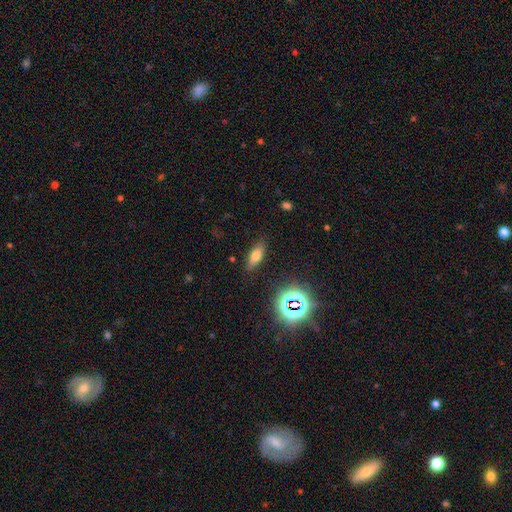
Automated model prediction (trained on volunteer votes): The model was most divided on "how rounded": in between: 64%, cigar-shaped: 30%, round: 5%. More confident: merging — none (85%); smooth or featured — smooth (64%).